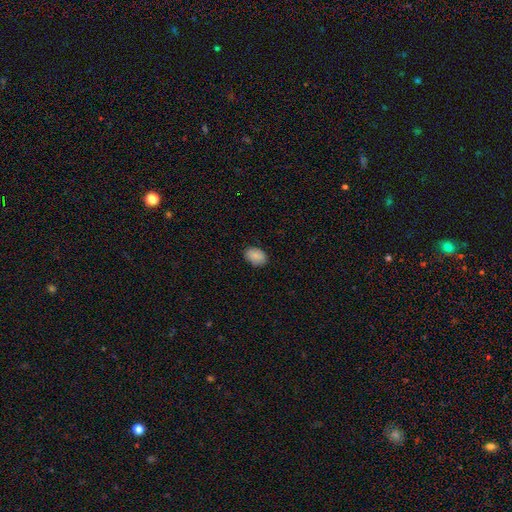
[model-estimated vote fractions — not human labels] A smooth galaxy with no disk features (88%) that is in between round and cigar-shaped (82%).

Vote fractions:
- Smooth or featured? smooth: 88% / star or artifact: 7% / featured or disk: 5%
- How rounded? in between: 82% / round: 17% / cigar-shaped: 1%
- Merging? none: 86% / minor disturbance: 11% / major disturbance: 2% / merger: 1%